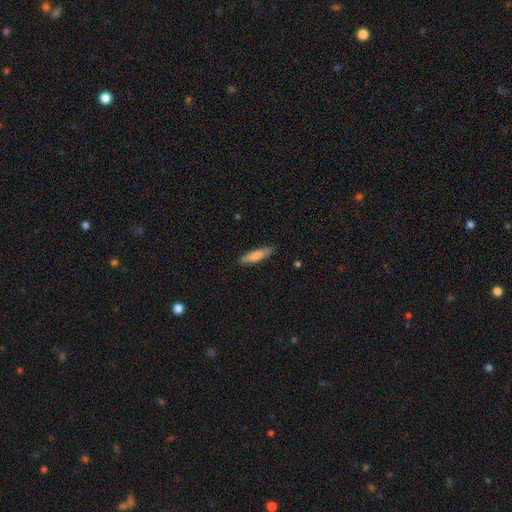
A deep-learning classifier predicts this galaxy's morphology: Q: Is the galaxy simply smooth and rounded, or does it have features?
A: smooth — 80%.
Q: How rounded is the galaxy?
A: cigar-shaped — 73%.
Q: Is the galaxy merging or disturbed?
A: none — 85%.